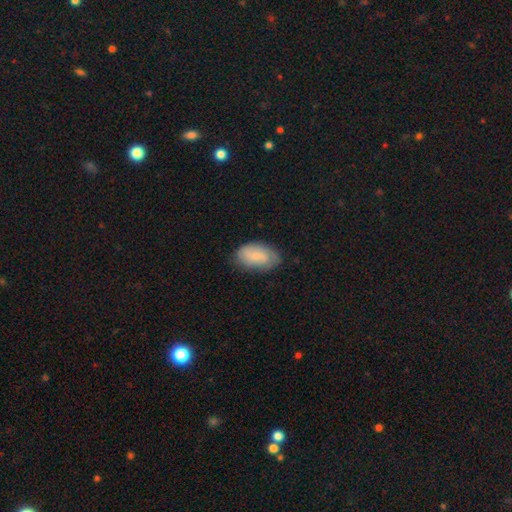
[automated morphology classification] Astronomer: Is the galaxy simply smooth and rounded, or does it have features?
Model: smooth — 55% (runner-up: featured or disk, 38%).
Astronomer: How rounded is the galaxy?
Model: in between — 92%.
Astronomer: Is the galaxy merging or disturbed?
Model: none — 73%.